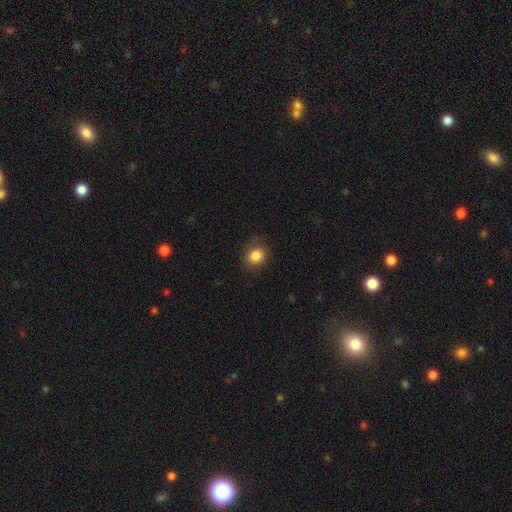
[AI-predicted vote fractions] The model was most divided on "how rounded": round: 64%, in between: 35%, cigar-shaped: 1%. More confident: smooth or featured — smooth (85%); merging — none (81%).